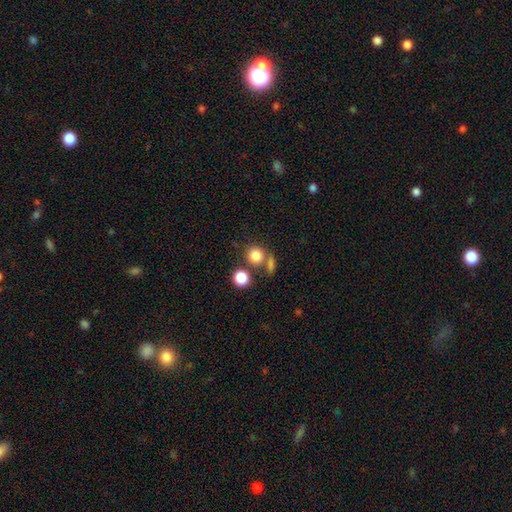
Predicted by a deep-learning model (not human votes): Smooth or featured? smooth (81%)
How rounded? round (86%)
Merging? none (62%)